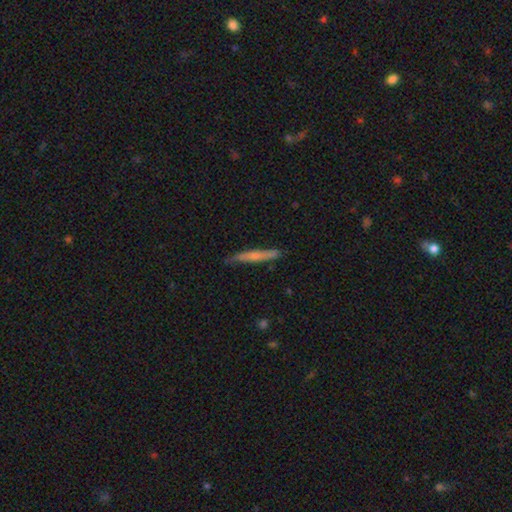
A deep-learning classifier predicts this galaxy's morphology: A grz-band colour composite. It shows a smooth galaxy with no disk features (52%) that is cigar-shaped (94%). Merging: none (82%).